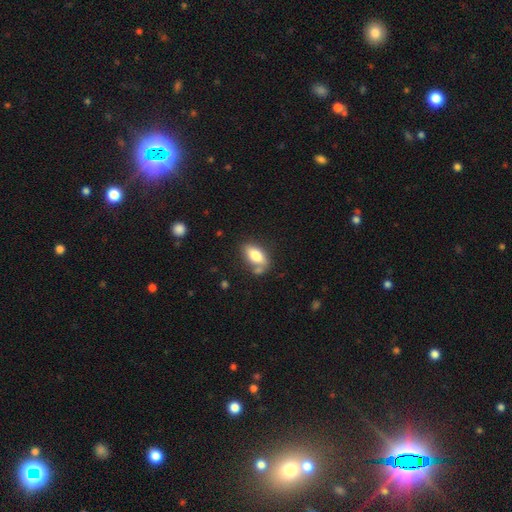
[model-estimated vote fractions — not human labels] The model was most divided on "merging": none: 60%, minor disturbance: 20%, merger: 14%, major disturbance: 6%. More confident: how rounded — in between (89%); smooth or featured — smooth (78%).